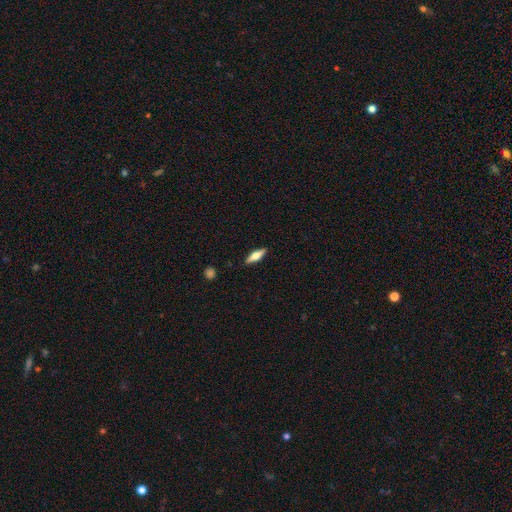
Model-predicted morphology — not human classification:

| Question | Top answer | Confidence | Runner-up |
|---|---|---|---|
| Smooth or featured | smooth | 51% | featured or disk (43%) |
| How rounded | cigar-shaped | 54% | in between (44%) |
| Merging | none | 89% | minor disturbance (8%) |